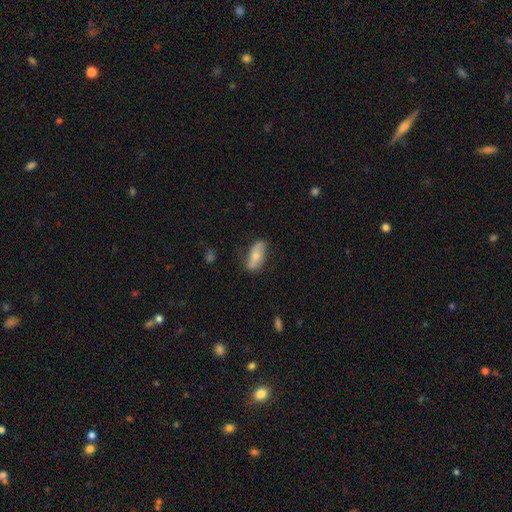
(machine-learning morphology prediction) Overall: smooth (60%; featured or disk 33%). How rounded: in between (80%). Merging: none (71%).